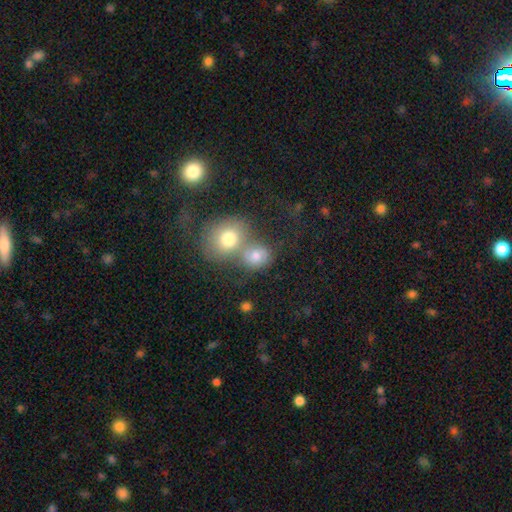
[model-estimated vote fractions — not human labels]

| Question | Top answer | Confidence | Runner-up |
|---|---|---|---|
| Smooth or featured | smooth | 71% | featured or disk (17%) |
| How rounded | round | 66% | in between (33%) |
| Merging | merger | 55% | none (30%) |